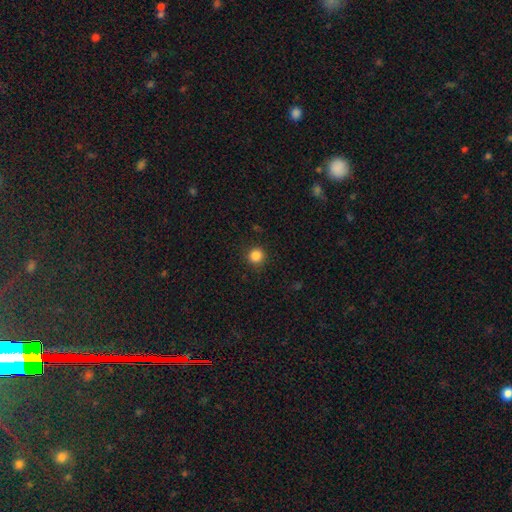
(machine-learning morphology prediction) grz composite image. It shows a smooth galaxy with no disk features (85%) that is round (92%). Merging: none (90%).